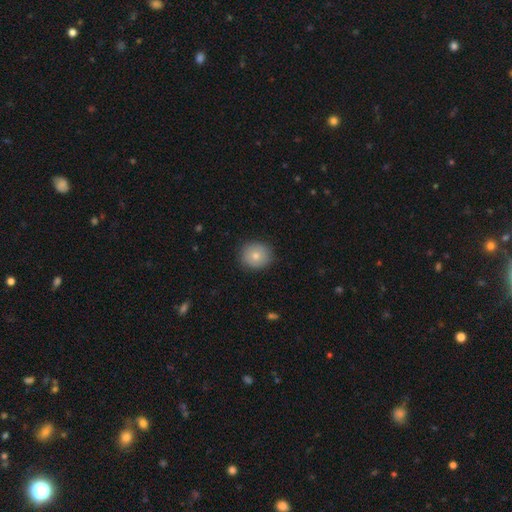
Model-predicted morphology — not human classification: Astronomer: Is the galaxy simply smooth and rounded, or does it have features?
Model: smooth — 77%.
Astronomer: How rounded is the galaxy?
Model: round — 85%.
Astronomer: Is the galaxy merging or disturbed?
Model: none — 88%.